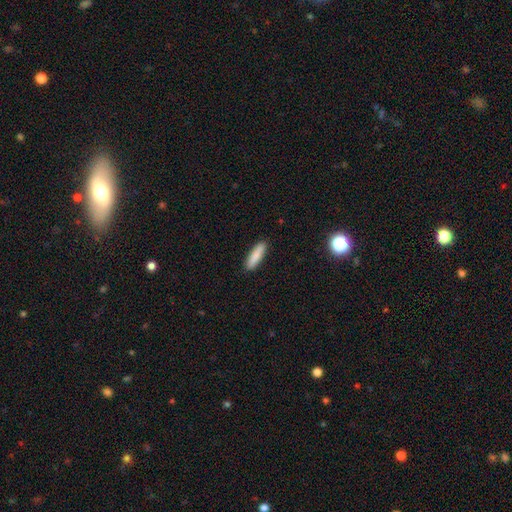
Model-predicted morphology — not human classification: Smooth or featured?
  - smooth: 86% *
  - featured or disk: 8%
  - star or artifact: 6%
How rounded?
  - cigar-shaped: 75% *
  - in between: 23%
  - round: 1%
Merging?
  - none: 91% *
  - minor disturbance: 7%
  - major disturbance: 1%
  - merger: 1%